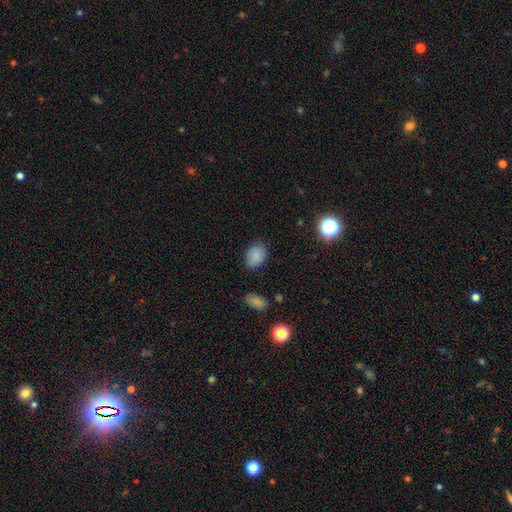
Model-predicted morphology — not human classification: Smooth or featured? Predicted: smooth (p=0.85). How rounded? Predicted: in between (p=0.71). Merging? Predicted: none (p=0.82).